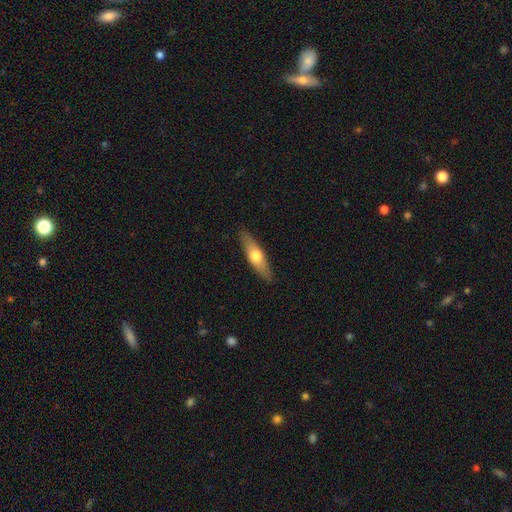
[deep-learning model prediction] smooth_or_featured: smooth (p=0.52) [alt: featured or disk p=0.43]
how_rounded: cigar-shaped (p=0.62) [alt: in between p=0.36]
merging: none (p=0.87) [alt: minor disturbance p=0.09]